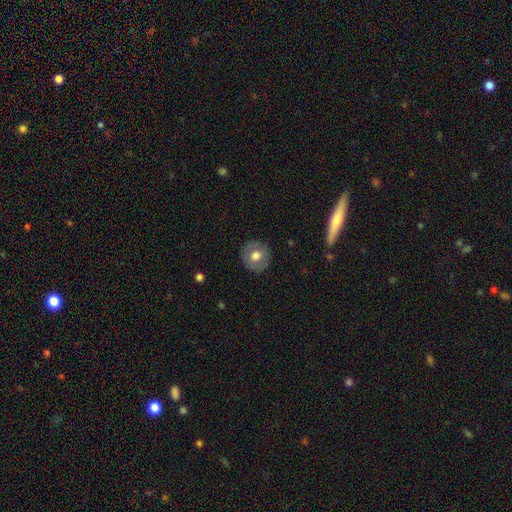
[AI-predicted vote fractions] A smooth galaxy with no disk features (66%) that is round (90%). Merging: none (88%).